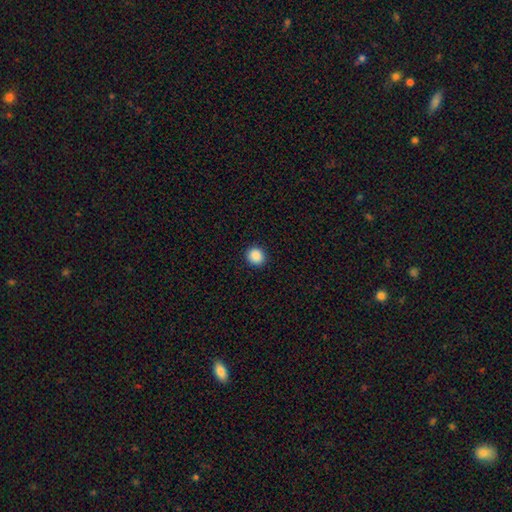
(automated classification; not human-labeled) Morphology: type=smooth (89%); roundness=round (88%); merging=none (92%).